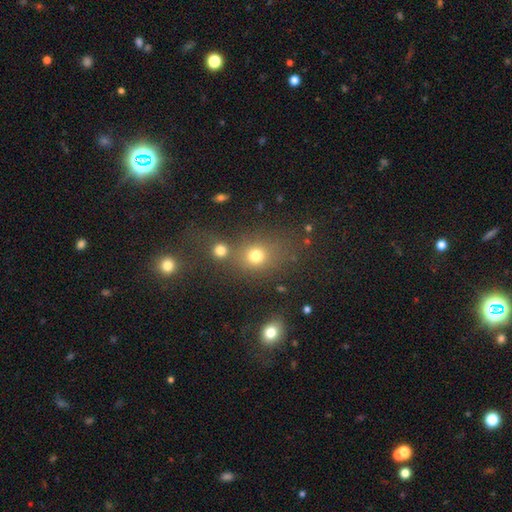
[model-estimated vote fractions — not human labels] smooth_or_featured: smooth (p=0.73) [alt: star or artifact p=0.18]
how_rounded: round (p=0.70) [alt: in between p=0.28]
merging: none (p=0.57) [alt: merger p=0.26]